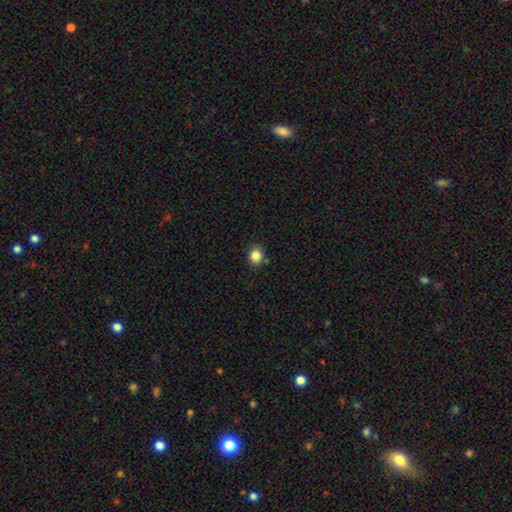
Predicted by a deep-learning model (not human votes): This is clearly a smooth galaxy (85%). How rounded: possibly round (59%). Merging: clearly none (85%).